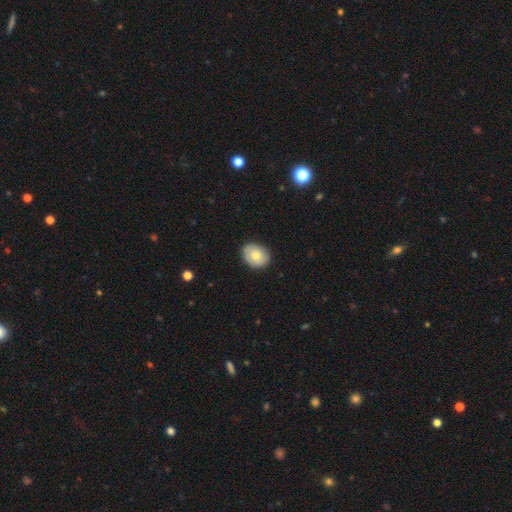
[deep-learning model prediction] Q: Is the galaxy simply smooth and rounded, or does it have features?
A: smooth — 71%.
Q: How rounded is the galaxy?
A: in between — 54%.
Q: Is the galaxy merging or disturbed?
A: none — 84%.